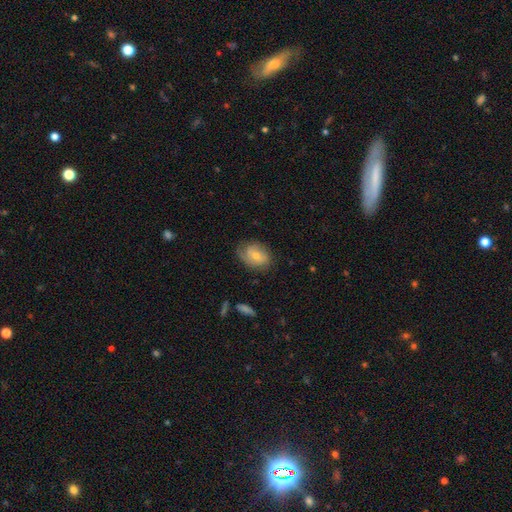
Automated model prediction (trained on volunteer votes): A featured or disk galaxy (48%).

Vote fractions:
- Smooth or featured? featured or disk: 48% / smooth: 45% / star or artifact: 7%
- Merging? none: 62% / minor disturbance: 26% / major disturbance: 11% / merger: 1%